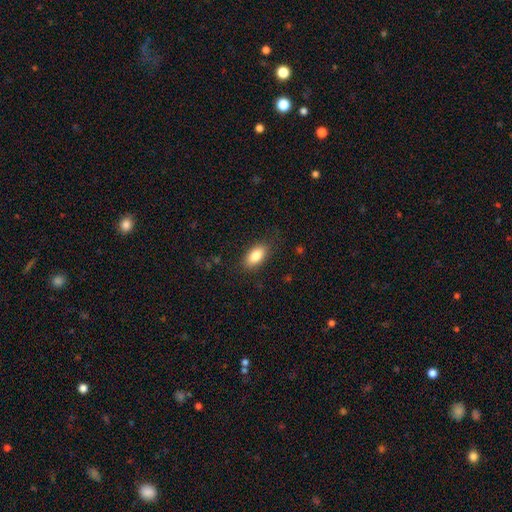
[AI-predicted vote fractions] This is clearly a smooth galaxy (85%). How rounded: clearly in between (91%). Merging: clearly none (85%).